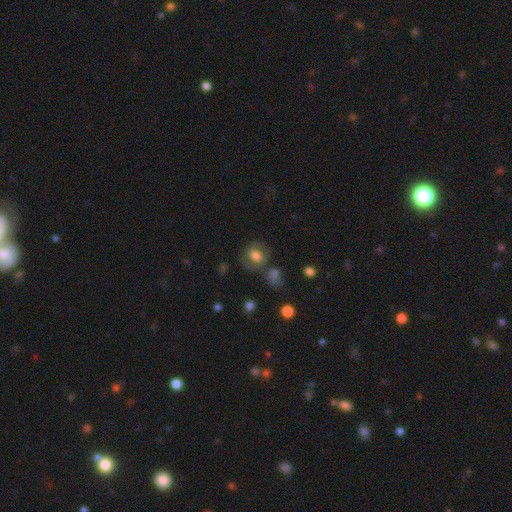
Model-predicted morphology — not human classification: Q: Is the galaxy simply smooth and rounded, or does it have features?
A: smooth — 67%.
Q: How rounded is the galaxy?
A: round — 63%.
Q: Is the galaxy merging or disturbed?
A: none — 61%.